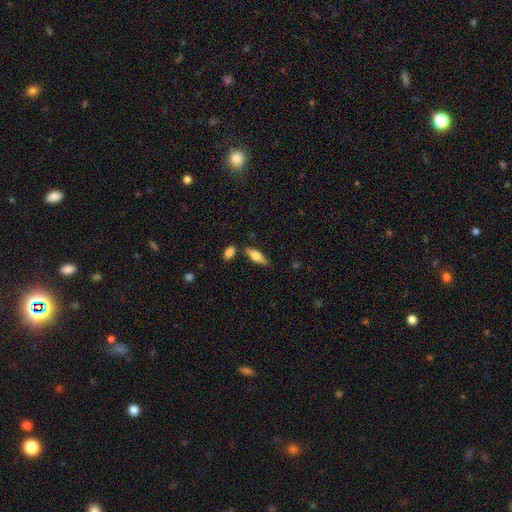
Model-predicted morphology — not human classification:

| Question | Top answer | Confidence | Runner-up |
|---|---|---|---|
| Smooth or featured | smooth | 56% | featured or disk (38%) |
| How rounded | in between | 51% | cigar-shaped (47%) |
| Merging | none | 78% | minor disturbance (11%) |